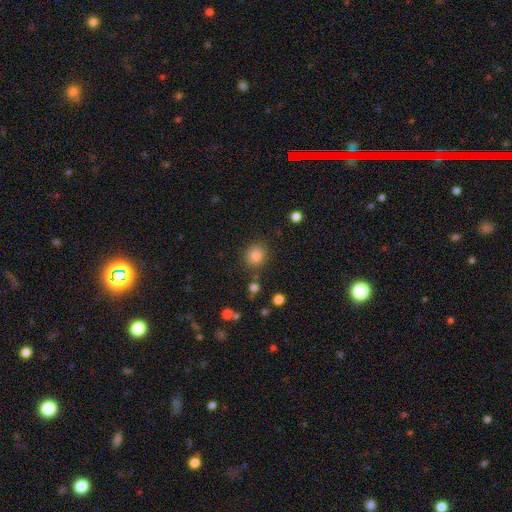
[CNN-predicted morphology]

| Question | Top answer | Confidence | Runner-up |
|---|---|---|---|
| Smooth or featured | smooth | 85% | star or artifact (11%) |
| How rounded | round | 87% | in between (12%) |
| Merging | none | 84% | minor disturbance (9%) |